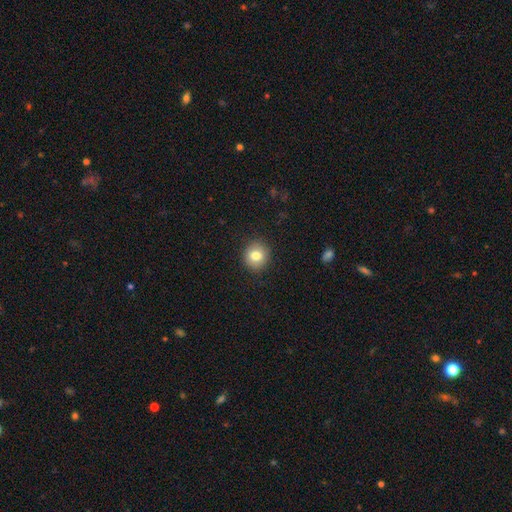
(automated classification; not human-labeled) Smooth or featured?
  - smooth: 80% *
  - featured or disk: 11%
  - star or artifact: 10%
How rounded?
  - round: 84% *
  - in between: 15%
  - cigar-shaped: 1%
Merging?
  - none: 90% *
  - minor disturbance: 7%
  - major disturbance: 2%
  - merger: 1%